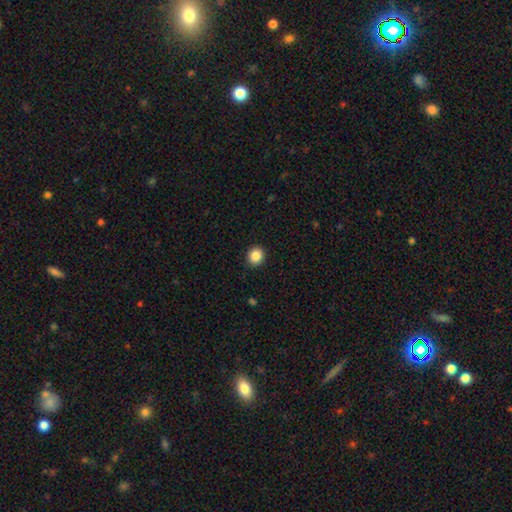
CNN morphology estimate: Overall: smooth (87%). How rounded: round (82%). Merging: none (92%).